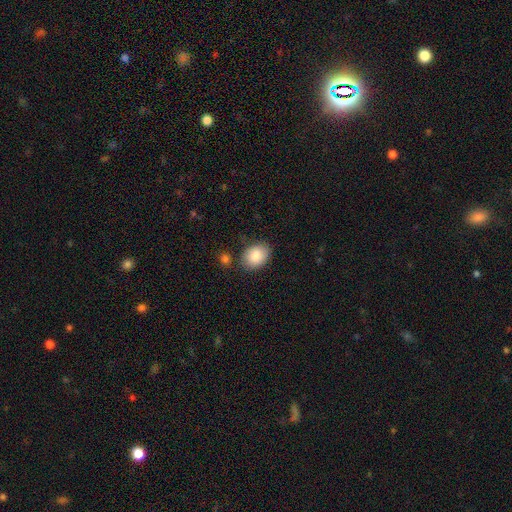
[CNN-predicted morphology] Smooth or featured?
  - smooth: 86% *
  - featured or disk: 7%
  - star or artifact: 7%
How rounded?
  - in between: 74% *
  - round: 25%
  - cigar-shaped: 1%
Merging?
  - none: 77% *
  - minor disturbance: 15%
  - merger: 4%
  - major disturbance: 4%